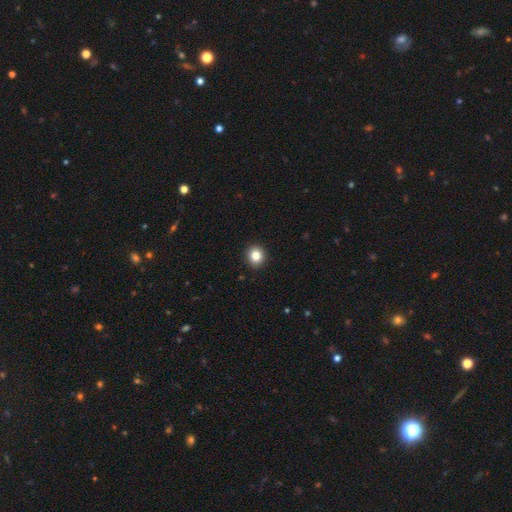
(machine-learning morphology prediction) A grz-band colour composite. It shows a smooth galaxy with no disk features (85%) that is round (82%). Merging: none (92%).